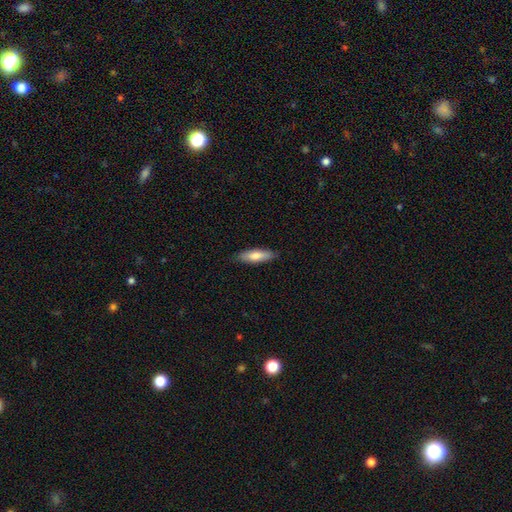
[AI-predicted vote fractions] Smooth or featured: smooth — 75% (featured or disk — 19%)
How rounded: cigar-shaped — 62% (in between — 37%)
Merging: none — 86% (minor disturbance — 11%)